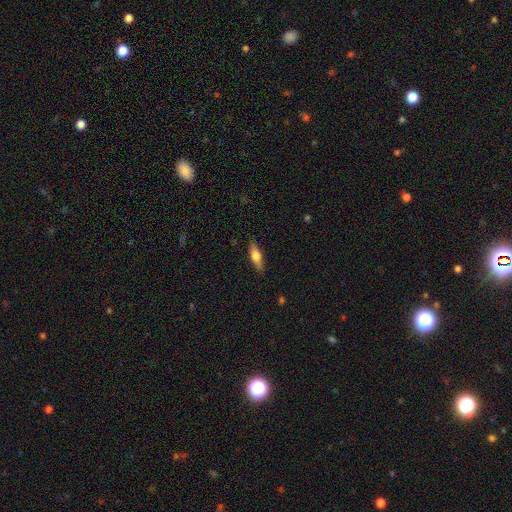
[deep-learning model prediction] Morphology: type=smooth (55%); roundness=cigar-shaped (50%); merging=none (87%).